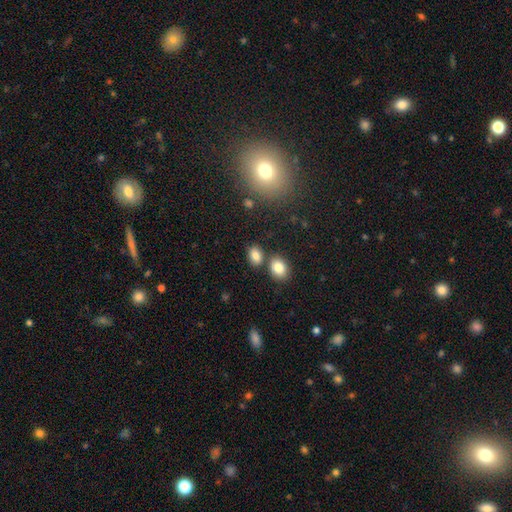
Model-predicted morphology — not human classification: The model was most divided on "how rounded": in between: 74%, round: 25%, cigar-shaped: 2%. More confident: smooth or featured — smooth (83%); merging — none (68%).